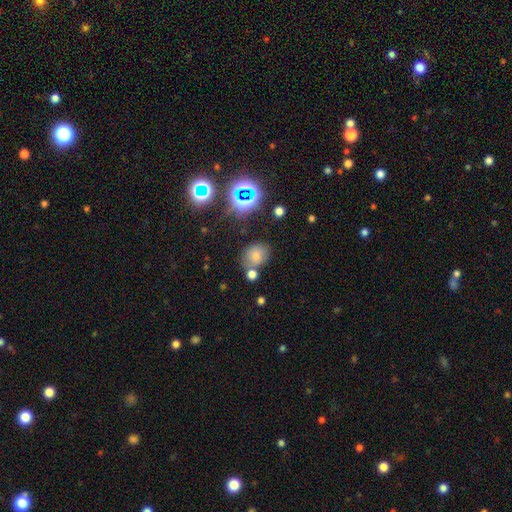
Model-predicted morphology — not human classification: Smooth or featured?
  - smooth: 66% *
  - star or artifact: 22%
  - featured or disk: 12%
How rounded?
  - round: 62% *
  - in between: 36%
  - cigar-shaped: 1%
Merging?
  - none: 65% *
  - merger: 17%
  - minor disturbance: 14%
  - major disturbance: 5%